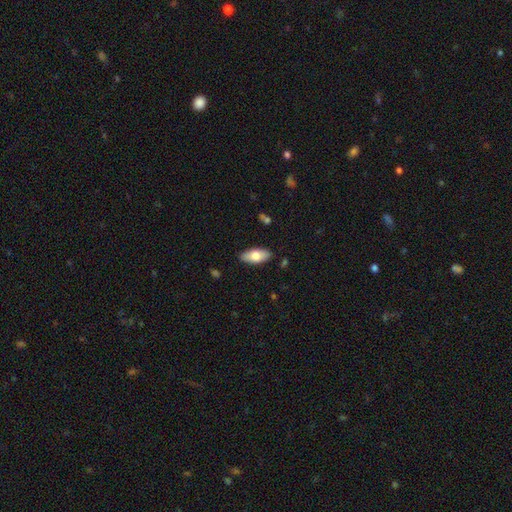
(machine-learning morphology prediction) Q: Smooth or featured?
A: smooth (75%); runner-up: featured or disk (19%)
Q: How rounded?
A: in between (87%); runner-up: cigar-shaped (11%)
Q: Merging?
A: none (87%); runner-up: minor disturbance (10%)